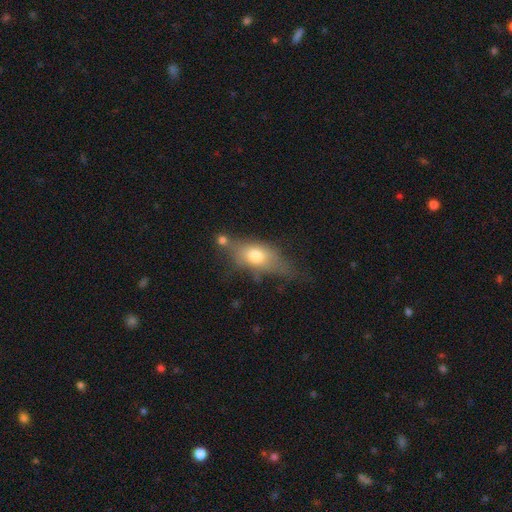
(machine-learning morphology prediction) Smooth or featured: smooth — 61% (featured or disk — 30%)
How rounded: in between — 72% (cigar-shaped — 18%)
Merging: none — 46% (minor disturbance — 28%)